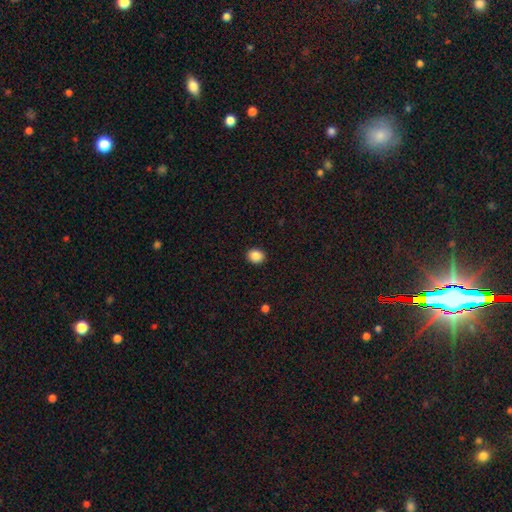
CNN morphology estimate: smooth_or_featured: smooth (p=0.87) [alt: star or artifact p=0.09]
how_rounded: round (p=0.63) [alt: in between p=0.36]
merging: none (p=0.92) [alt: minor disturbance p=0.06]